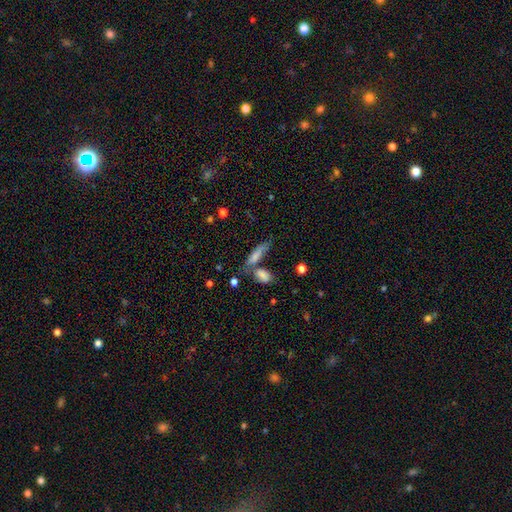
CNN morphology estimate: smooth 73%, featured or disk 18%, star or artifact 9%. Down the decision tree: how rounded — cigar-shaped (61%); merging — none (46%).